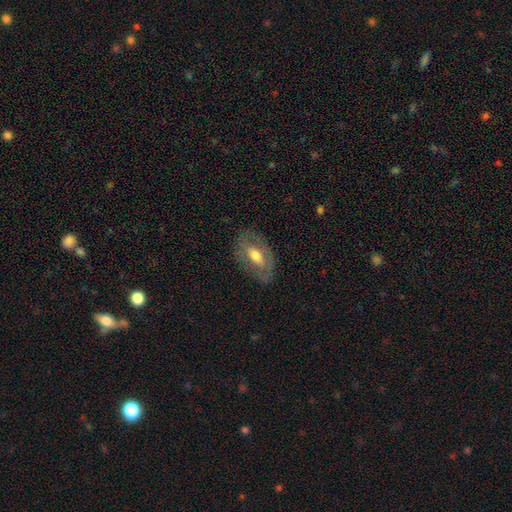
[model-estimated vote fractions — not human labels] Smooth or featured? Predicted: smooth (p=0.47). Merging? Predicted: none (p=0.79).